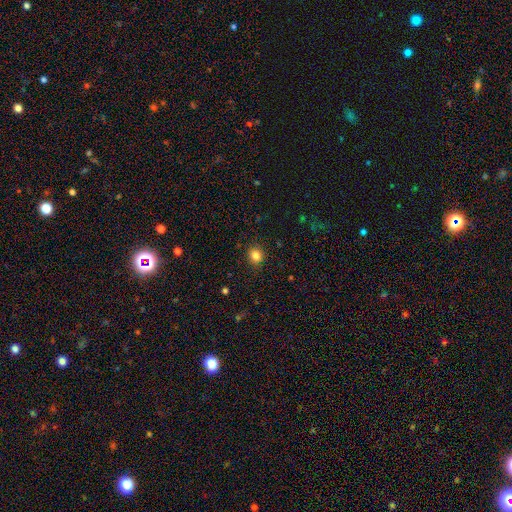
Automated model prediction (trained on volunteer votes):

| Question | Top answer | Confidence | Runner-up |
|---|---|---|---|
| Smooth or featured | smooth | 85% | star or artifact (11%) |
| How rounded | round | 67% | in between (32%) |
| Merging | none | 87% | minor disturbance (9%) |